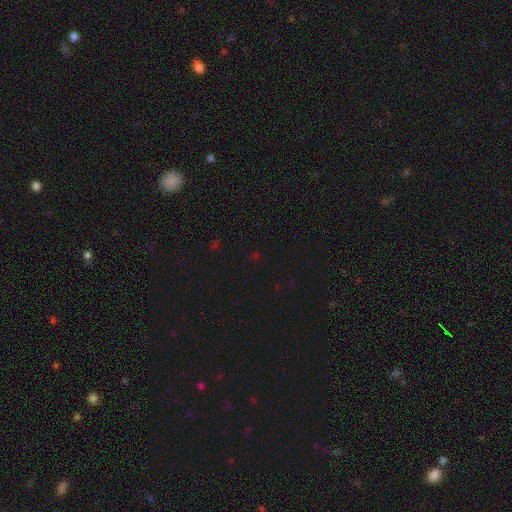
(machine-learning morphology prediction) This is likely a star or artifact rather than a galaxy (69%).